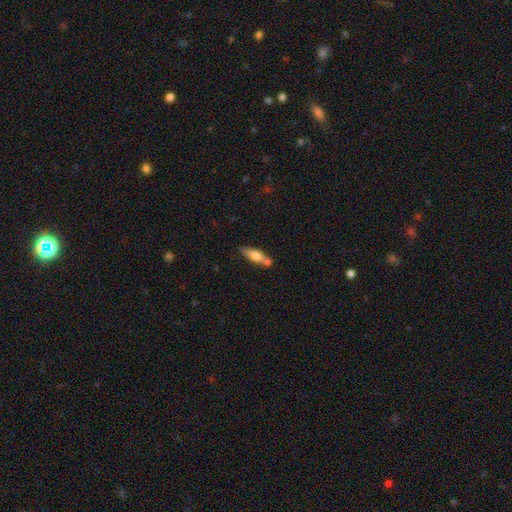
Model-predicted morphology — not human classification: Smooth or featured?
  - smooth: 64% *
  - featured or disk: 30%
  - star or artifact: 7%
How rounded?
  - cigar-shaped: 50% *
  - in between: 47%
  - round: 3%
Merging?
  - none: 54% *
  - merger: 27%
  - minor disturbance: 15%
  - major disturbance: 4%